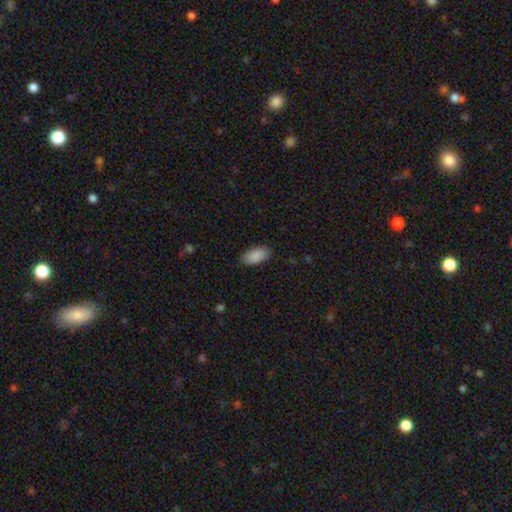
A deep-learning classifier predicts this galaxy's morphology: smooth 90%, star or artifact 6%, featured or disk 4%. Down the decision tree: how rounded — in between (92%); merging — none (87%).